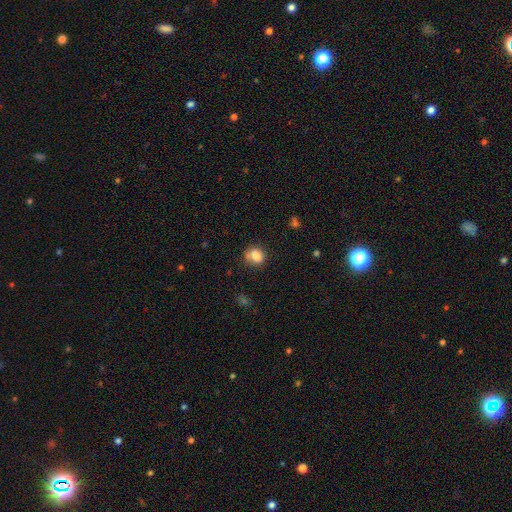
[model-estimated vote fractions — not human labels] smooth_or_featured: smooth (p=0.83) [alt: star or artifact p=0.10]
how_rounded: round (p=0.58) [alt: in between p=0.41]
merging: none (p=0.62) [alt: minor disturbance p=0.23]